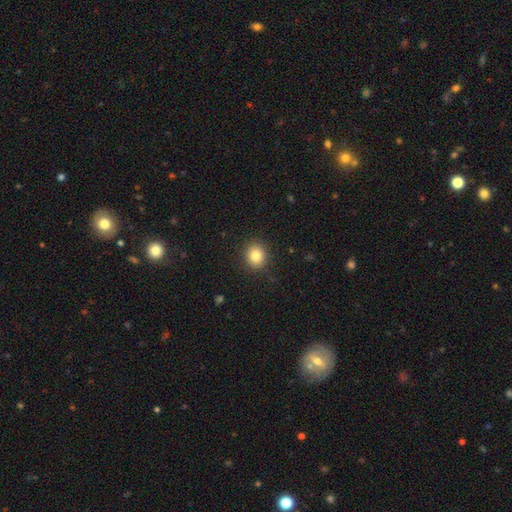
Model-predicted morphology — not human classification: Smooth or featured? Predicted: smooth (p=0.84). How rounded? Predicted: round (p=0.77). Merging? Predicted: none (p=0.90).